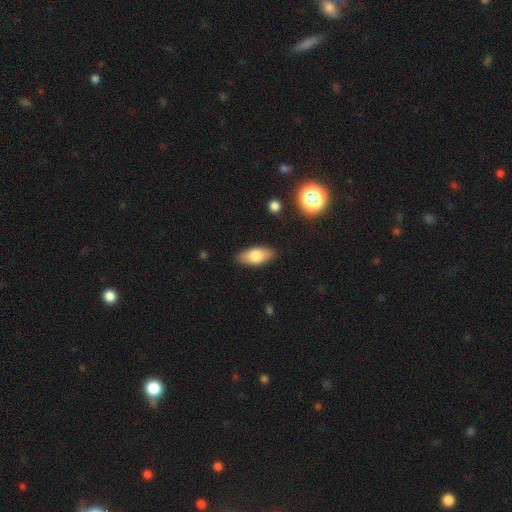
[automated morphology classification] Overall: smooth (76%). How rounded: in between (86%). Merging: none (86%).